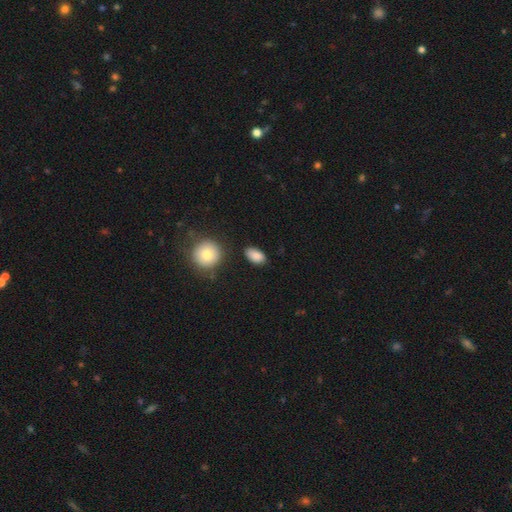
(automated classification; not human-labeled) Overall: smooth (87%). How rounded: in between (90%). Merging: none (82%).